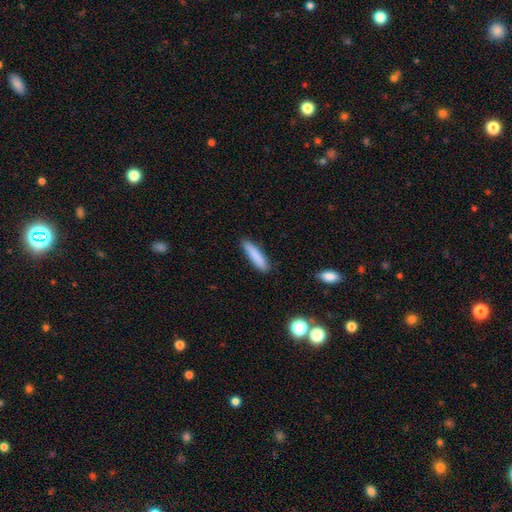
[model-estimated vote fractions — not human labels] Q: Smooth or featured?
A: smooth (85%); runner-up: featured or disk (8%)
Q: How rounded?
A: cigar-shaped (81%); runner-up: in between (18%)
Q: Merging?
A: none (87%); runner-up: minor disturbance (10%)